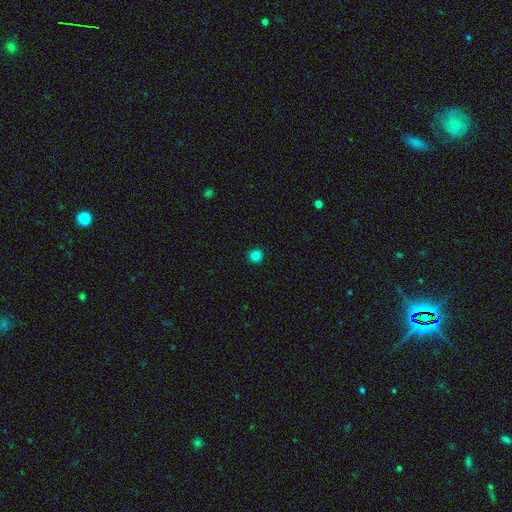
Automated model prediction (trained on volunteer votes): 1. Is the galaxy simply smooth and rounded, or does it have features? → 83% smooth, 13% star or artifact, 4% featured or disk.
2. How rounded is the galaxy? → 95% round, 5% in between, 1% cigar-shaped.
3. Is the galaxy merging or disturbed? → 93% none, 4% minor disturbance, 1% major disturbance, 1% merger.